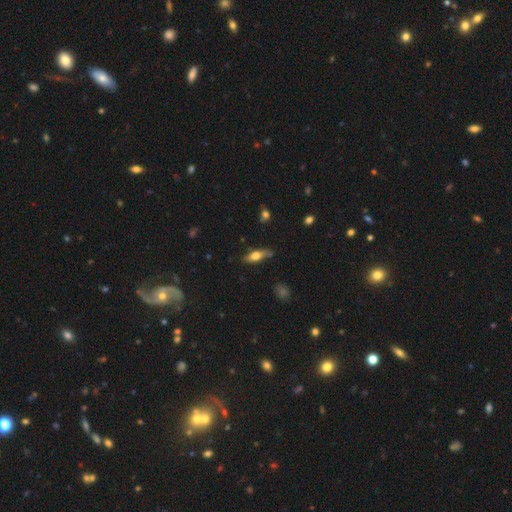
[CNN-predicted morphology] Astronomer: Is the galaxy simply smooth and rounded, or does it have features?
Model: smooth — 52% (runner-up: featured or disk, 41%).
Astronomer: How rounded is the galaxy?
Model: in between — 54% (runner-up: cigar-shaped, 42%).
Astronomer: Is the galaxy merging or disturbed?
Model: none — 70%.